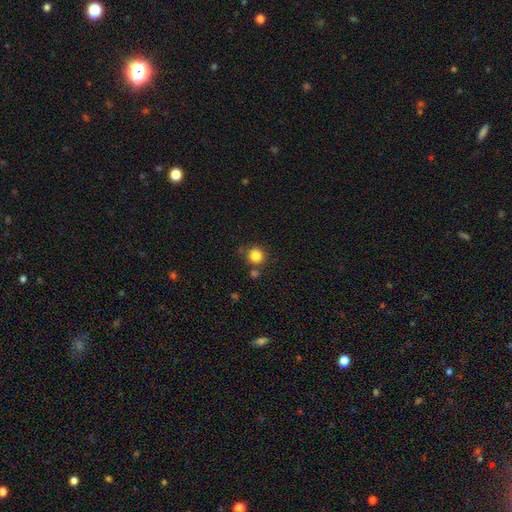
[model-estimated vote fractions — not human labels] A smooth galaxy with no disk features (84%) that is round (93%).

Vote fractions:
- Smooth or featured? smooth: 84% / star or artifact: 11% / featured or disk: 5%
- How rounded? round: 93% / in between: 6% / cigar-shaped: 1%
- Merging? none: 79% / minor disturbance: 9% / merger: 9% / major disturbance: 3%